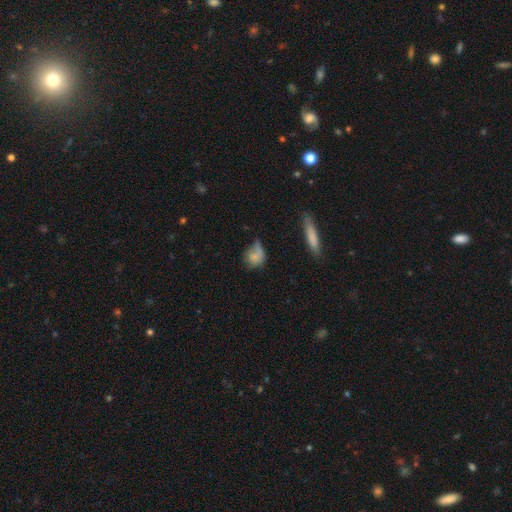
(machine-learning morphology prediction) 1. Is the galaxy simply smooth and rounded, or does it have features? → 73% smooth, 18% featured or disk, 9% star or artifact.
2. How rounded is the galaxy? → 49% in between, 46% round, 4% cigar-shaped.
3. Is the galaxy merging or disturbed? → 37% none, 34% minor disturbance, 22% major disturbance, 7% merger.